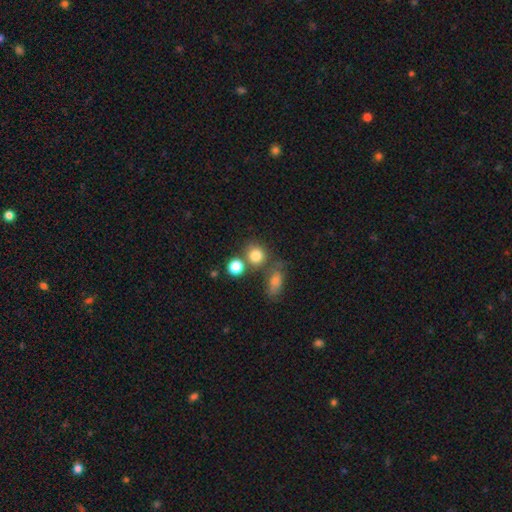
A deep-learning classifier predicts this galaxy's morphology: smooth-or-featured: smooth: 80% | star or artifact: 12% | featured or disk: 8%
  how-rounded: round: 81% | in between: 18% | cigar-shaped: 1%
  merging: none: 61% | merger: 23% | minor disturbance: 11% | major disturbance: 5%